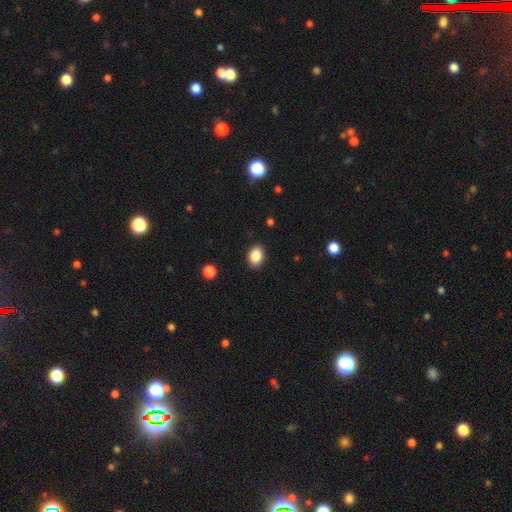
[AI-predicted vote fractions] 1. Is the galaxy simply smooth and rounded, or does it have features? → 87% smooth, 9% star or artifact, 4% featured or disk.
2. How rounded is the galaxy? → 73% in between, 26% round, 1% cigar-shaped.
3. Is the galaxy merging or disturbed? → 88% none, 8% minor disturbance, 2% major disturbance, 1% merger.